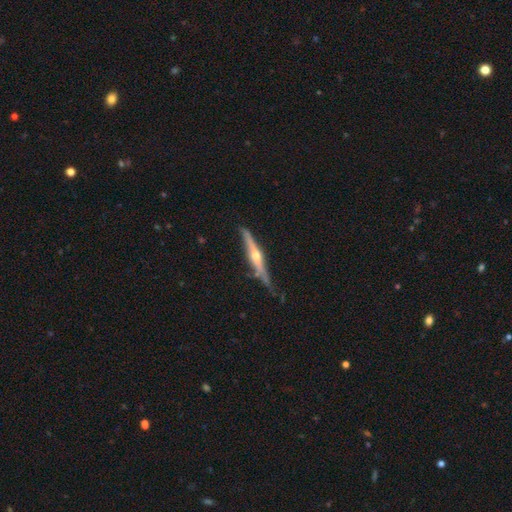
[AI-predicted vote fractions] A featured or disk galaxy (79%) viewed edge-on (96%) with a rounded central bulge (91%). Merging: none (70%).